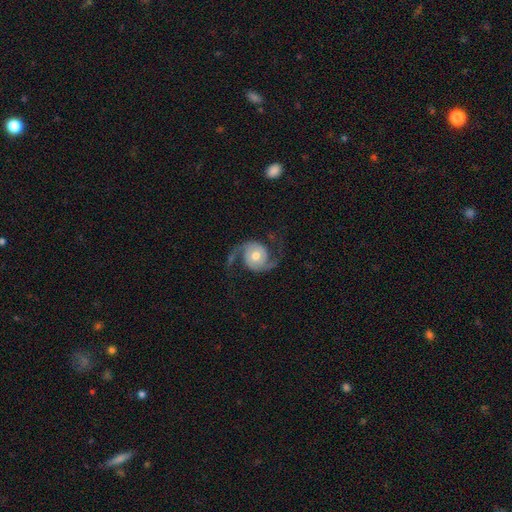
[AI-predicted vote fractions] smooth-or-featured: featured or disk: 90% | smooth: 6% | star or artifact: 5%
  disk-edge-on: no: 98% | yes: 2%
    bar: no: 69% | weak: 24% | strong: 7%
    has-spiral-arms: yes: 98% | no: 2%
      spiral-winding: loose: 51% | medium: 39% | tight: 11%
      spiral-arm-count: 2: 94% | can't tell: 1% | 1: 1% | 3: 1% | 4: 1% | more than 4: 1%
    bulge-size: moderate: 70% | small: 15% | large: 12% | dominant: 2% | none: 2%
  merging: none: 75% | minor disturbance: 13% | major disturbance: 10% | merger: 2%